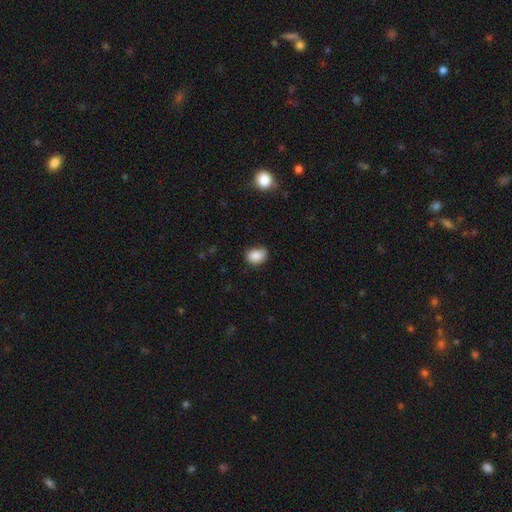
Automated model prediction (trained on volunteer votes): Overall: smooth (85%). How rounded: in between (62%; round 37%). Merging: none (69%).